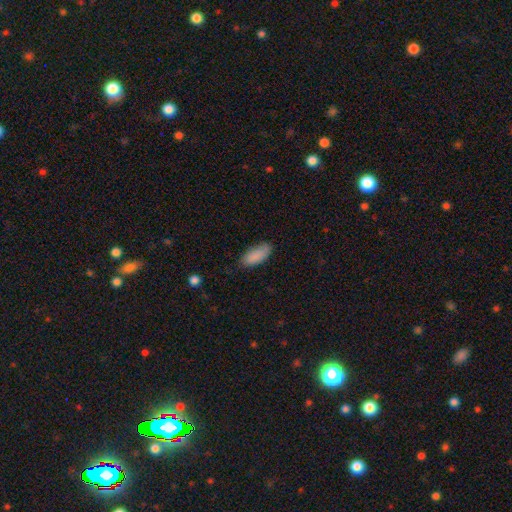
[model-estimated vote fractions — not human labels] Smooth or featured? smooth (87%)
How rounded? in between (86%)
Merging? none (73%)